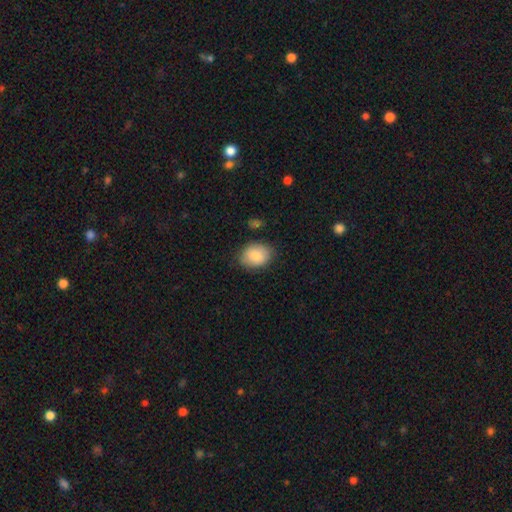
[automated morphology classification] This is clearly a smooth galaxy (83%). How rounded: likely in between (67%). Merging: likely none (79%).